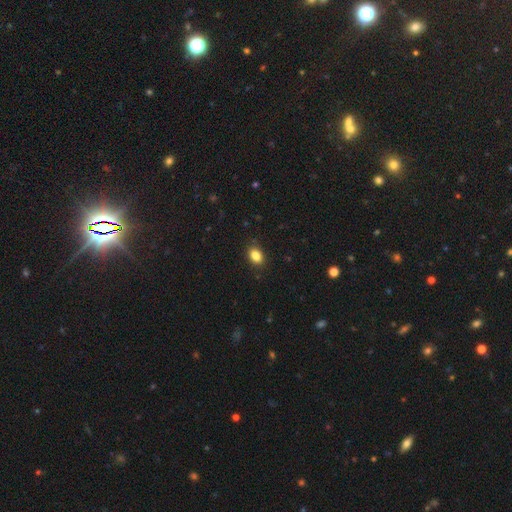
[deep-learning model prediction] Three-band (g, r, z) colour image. It shows a smooth galaxy with no disk features (86%) that is in between round and cigar-shaped (78%). Merging: none (87%).